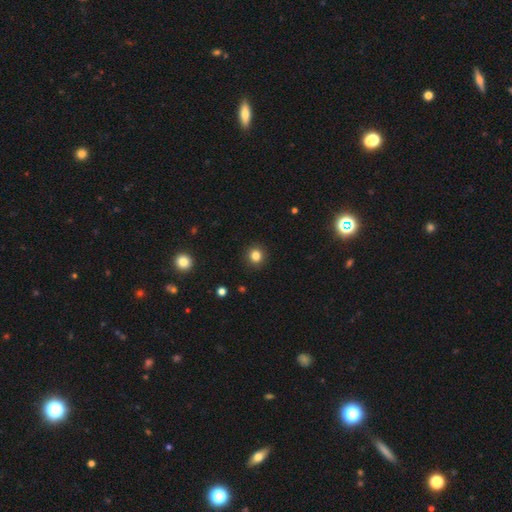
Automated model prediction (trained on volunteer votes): A smooth galaxy with no disk features (83%) that is round (90%). Merging: none (92%).